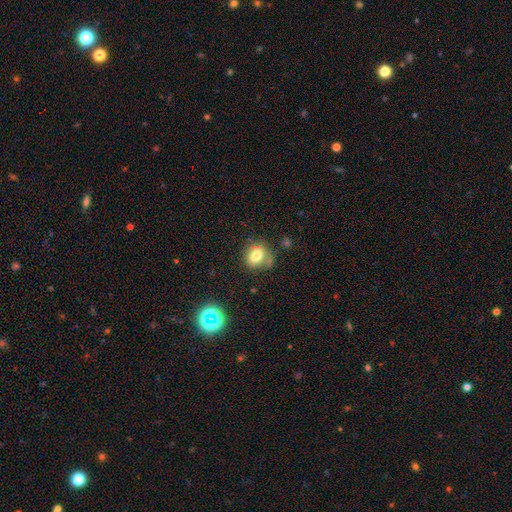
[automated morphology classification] The model was most divided on "how rounded": round: 66%, in between: 33%, cigar-shaped: 1%. More confident: smooth or featured — smooth (75%); merging — none (64%).